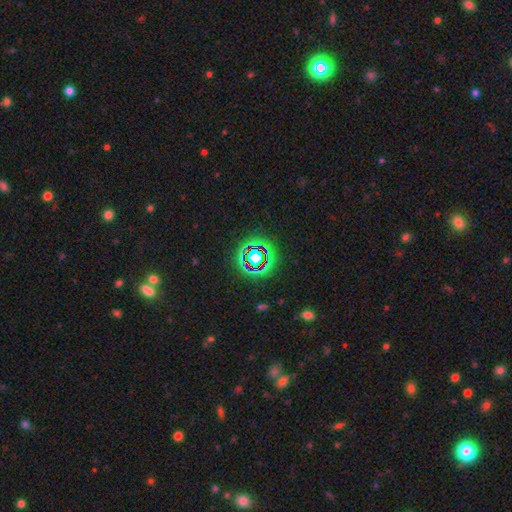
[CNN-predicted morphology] Overall: star or artifact (65%).